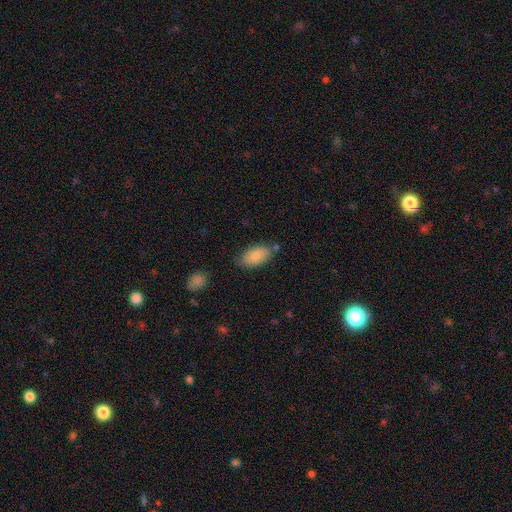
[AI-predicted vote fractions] A smooth galaxy with no disk features (83%) that is in between round and cigar-shaped (94%). Merging: none (72%).